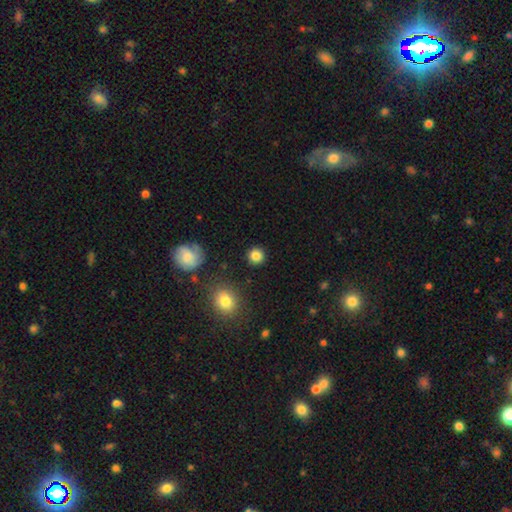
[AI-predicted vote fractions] Overall: smooth (85%). How rounded: round (92%). Merging: none (89%).